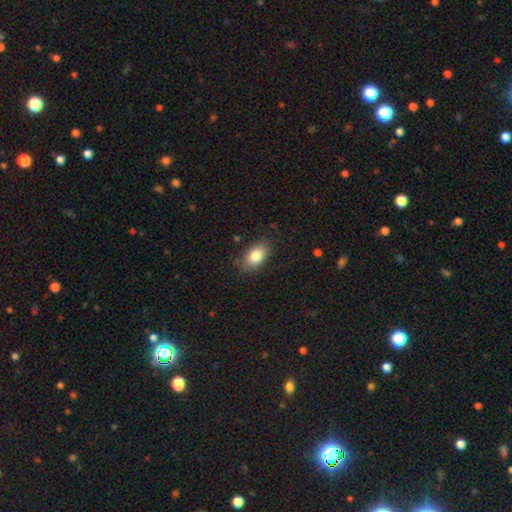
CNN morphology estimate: Smooth or featured?
  - smooth: 83% *
  - featured or disk: 10%
  - star or artifact: 8%
How rounded?
  - in between: 90% *
  - round: 8%
  - cigar-shaped: 2%
Merging?
  - none: 80% *
  - minor disturbance: 15%
  - major disturbance: 4%
  - merger: 1%